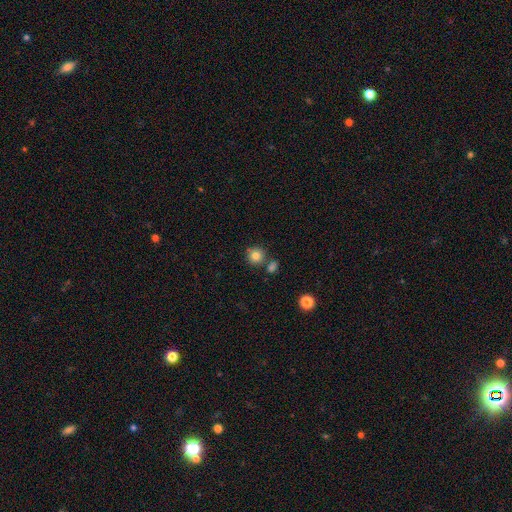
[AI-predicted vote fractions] smooth_or_featured: smooth (p=0.82) [alt: star or artifact p=0.11]
how_rounded: round (p=0.91) [alt: in between p=0.08]
merging: none (p=0.74) [alt: merger p=0.14]